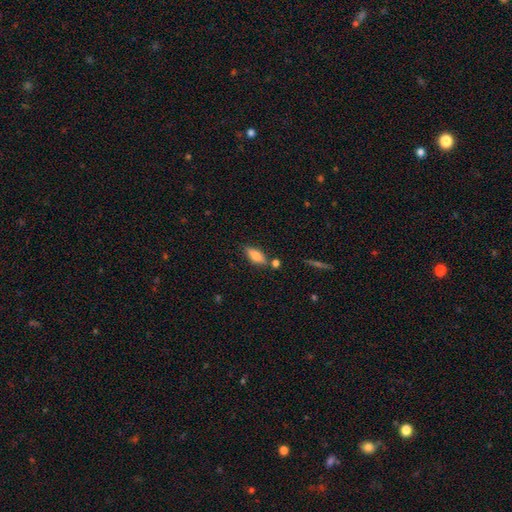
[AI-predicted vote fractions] This appears to be a smooth galaxy with no disk features (62%) that is in between round and cigar-shaped (68%). Merging: none (73%).